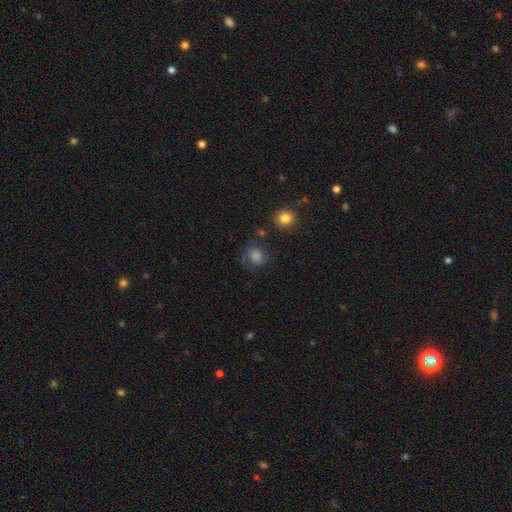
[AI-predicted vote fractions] Smooth or featured: smooth — 60% (featured or disk — 21%)
How rounded: round — 75% (in between — 24%)
Merging: none — 66% (minor disturbance — 18%)